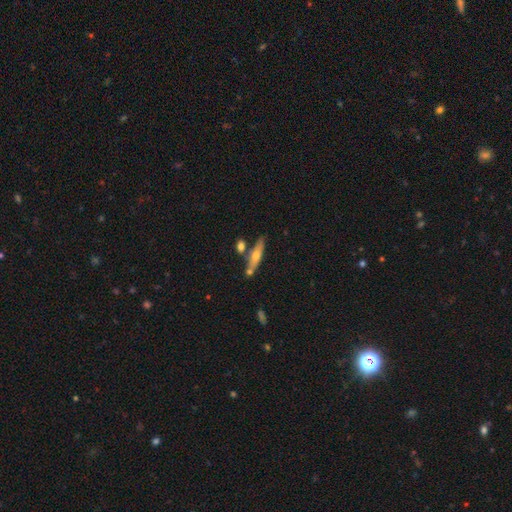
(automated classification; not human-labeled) Smooth or featured? smooth (50%)
How rounded? cigar-shaped (77%)
Merging? none (70%)